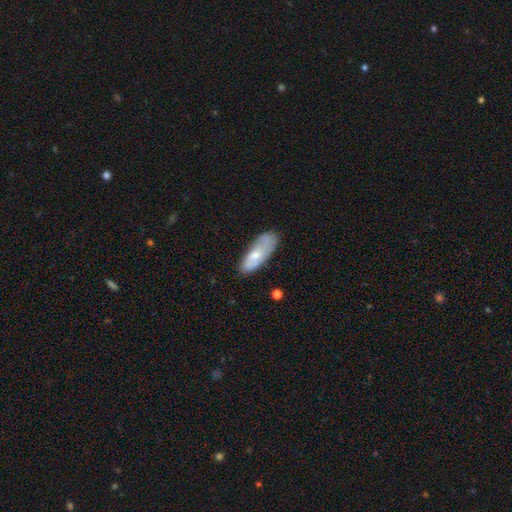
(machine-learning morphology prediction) The model was most divided on "smooth or featured": smooth: 62%, featured or disk: 32%, star or artifact: 6%. More confident: how rounded — in between (71%); merging — none (64%).